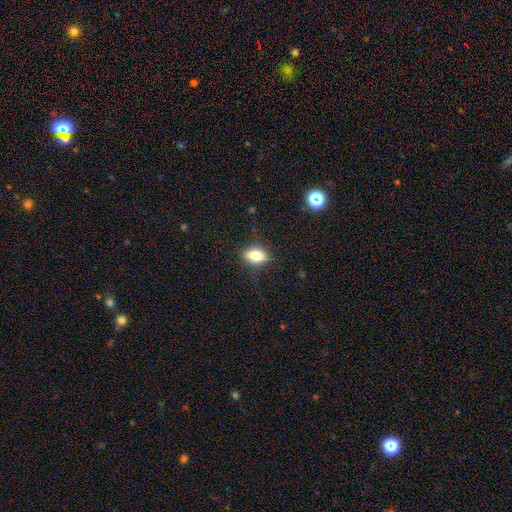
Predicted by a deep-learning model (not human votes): The model was most divided on "how rounded": in between: 80%, round: 17%, cigar-shaped: 3%. More confident: merging — none (84%); smooth or featured — smooth (79%).